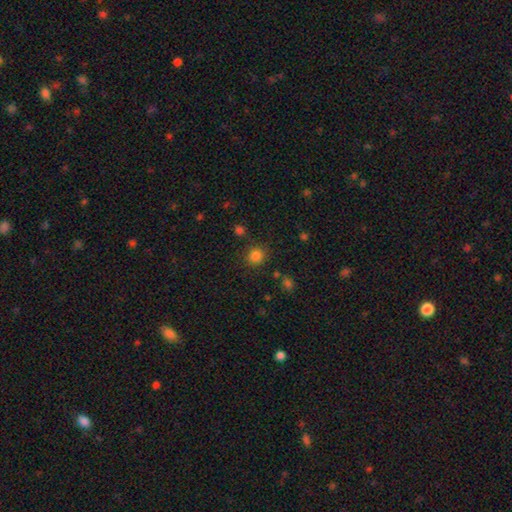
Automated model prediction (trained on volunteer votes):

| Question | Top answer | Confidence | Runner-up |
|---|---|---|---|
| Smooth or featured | smooth | 82% | star or artifact (14%) |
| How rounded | round | 86% | in between (13%) |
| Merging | none | 82% | minor disturbance (10%) |